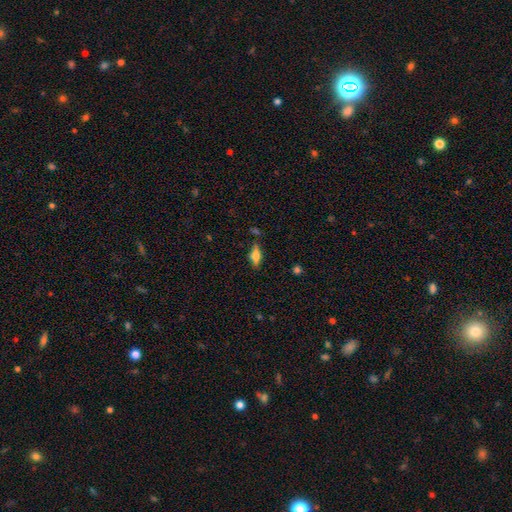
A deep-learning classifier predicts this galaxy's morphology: Smooth or featured?
  - smooth: 67% *
  - featured or disk: 25%
  - star or artifact: 8%
How rounded?
  - in between: 72% *
  - cigar-shaped: 25%
  - round: 3%
Merging?
  - none: 76% *
  - minor disturbance: 16%
  - merger: 4%
  - major disturbance: 4%